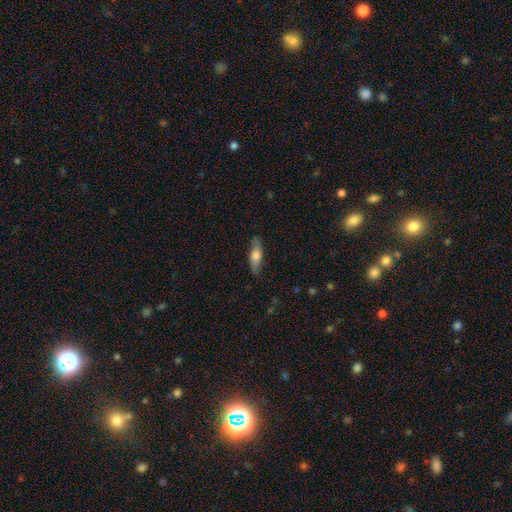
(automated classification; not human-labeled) Q: Smooth or featured?
A: smooth (57%); runner-up: featured or disk (37%)
Q: How rounded?
A: cigar-shaped (49%); runner-up: in between (48%)
Q: Merging?
A: none (80%); runner-up: minor disturbance (16%)